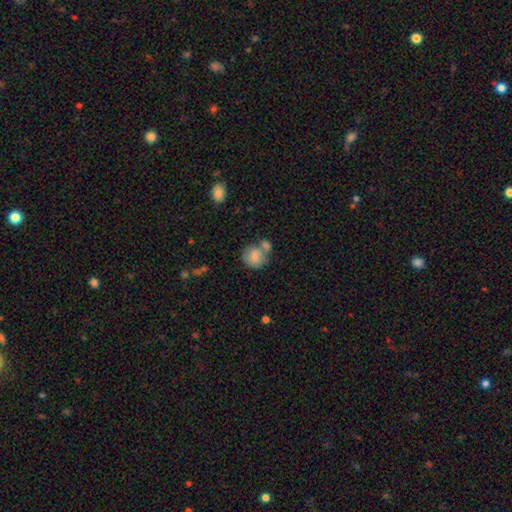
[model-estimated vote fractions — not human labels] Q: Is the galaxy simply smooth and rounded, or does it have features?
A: smooth — 81%.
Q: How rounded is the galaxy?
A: round — 83%.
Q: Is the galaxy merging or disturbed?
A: none — 45%.